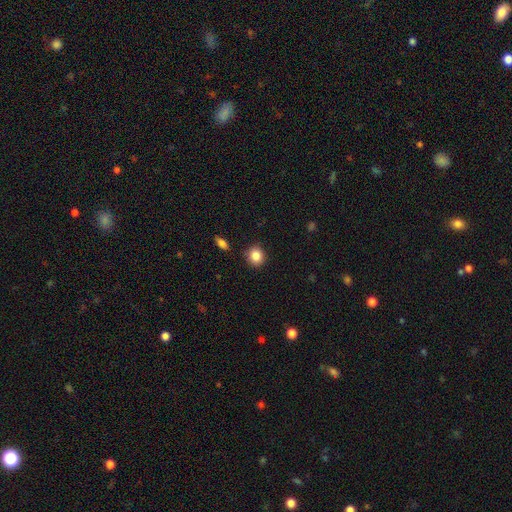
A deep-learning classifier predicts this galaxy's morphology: Smooth or featured?
  - smooth: 86% *
  - star or artifact: 9%
  - featured or disk: 4%
How rounded?
  - round: 80% *
  - in between: 19%
  - cigar-shaped: 1%
Merging?
  - none: 87% *
  - minor disturbance: 9%
  - major disturbance: 2%
  - merger: 2%